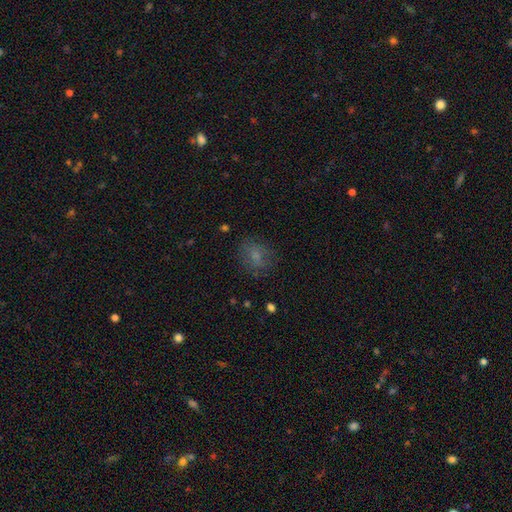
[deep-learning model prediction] A smooth galaxy with no disk features (69%) that is round (57%). Merging: none (71%).